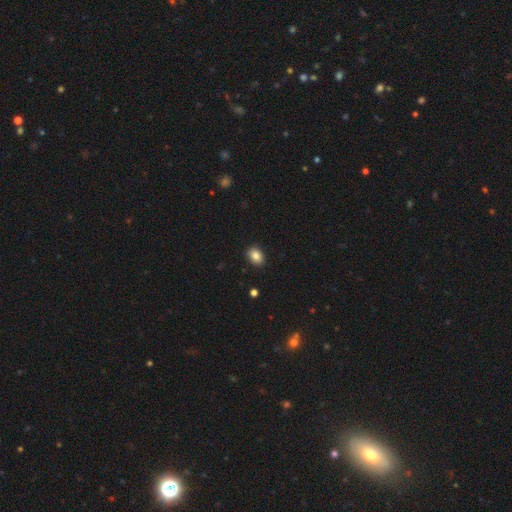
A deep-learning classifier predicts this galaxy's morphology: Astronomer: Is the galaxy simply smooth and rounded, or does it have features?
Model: smooth — 86%.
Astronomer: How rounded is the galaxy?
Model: in between — 68%.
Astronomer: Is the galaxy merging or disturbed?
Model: none — 89%.